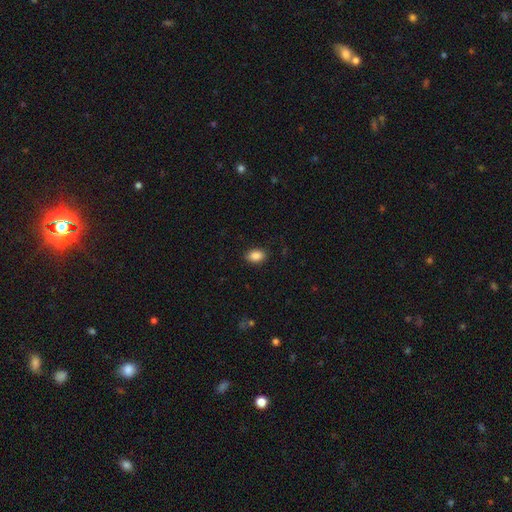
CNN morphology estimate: A smooth galaxy with no disk features (88%) that is in between round and cigar-shaped (85%).

Vote fractions:
- Smooth or featured? smooth: 88% / star or artifact: 8% / featured or disk: 4%
- How rounded? in between: 85% / round: 14% / cigar-shaped: 1%
- Merging? none: 88% / minor disturbance: 9% / major disturbance: 2% / merger: 1%